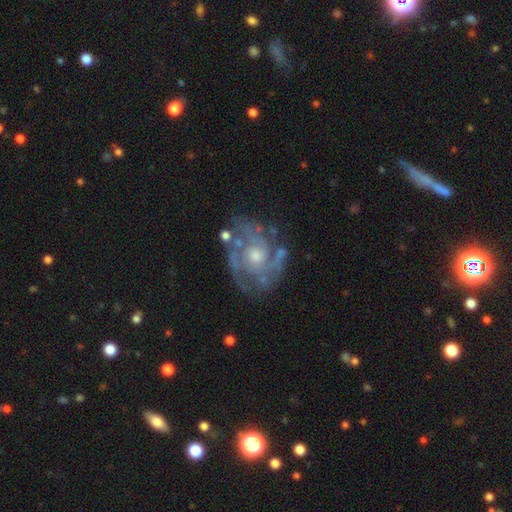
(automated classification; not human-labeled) Q: Smooth or featured?
A: featured or disk (85%); runner-up: smooth (8%)
Q: Edge-on disk?
A: no (97%); runner-up: yes (3%)
Q: Bar?
A: no (77%); runner-up: weak (19%)
Q: Spiral arms?
A: yes (86%); runner-up: no (14%)
Q: Spiral winding?
A: tight (51%); runner-up: medium (38%)
Q: Spiral arm count?
A: can't tell (34%); runner-up: 2 (23%)
Q: Bulge size?
A: moderate (59%); runner-up: small (34%)
Q: Merging?
A: none (67%); runner-up: minor disturbance (19%)